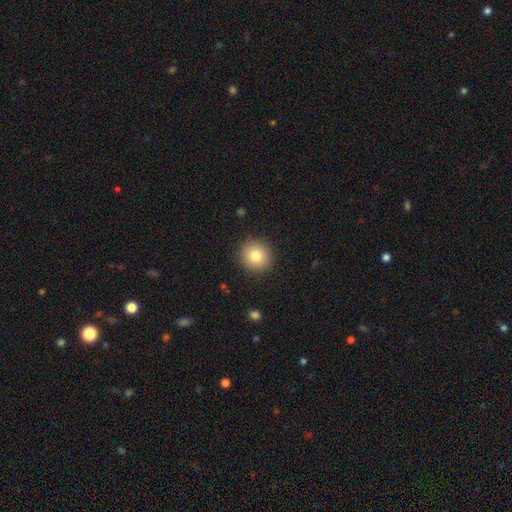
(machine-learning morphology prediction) Q: Smooth or featured?
A: smooth (81%); runner-up: star or artifact (10%)
Q: How rounded?
A: round (90%); runner-up: in between (10%)
Q: Merging?
A: none (90%); runner-up: minor disturbance (7%)